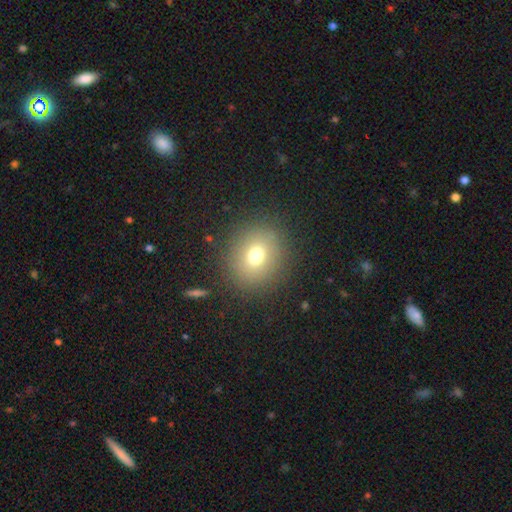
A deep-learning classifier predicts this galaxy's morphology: smooth_or_featured: smooth (p=0.73) [alt: star or artifact p=0.15]
how_rounded: round (p=0.81) [alt: in between p=0.18]
merging: none (p=0.87) [alt: minor disturbance p=0.08]